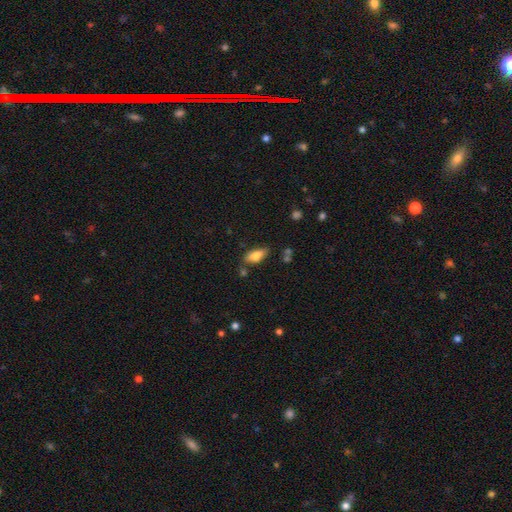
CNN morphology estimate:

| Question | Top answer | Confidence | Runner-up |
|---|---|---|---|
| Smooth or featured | smooth | 80% | featured or disk (13%) |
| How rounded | in between | 81% | cigar-shaped (16%) |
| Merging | none | 68% | minor disturbance (20%) |